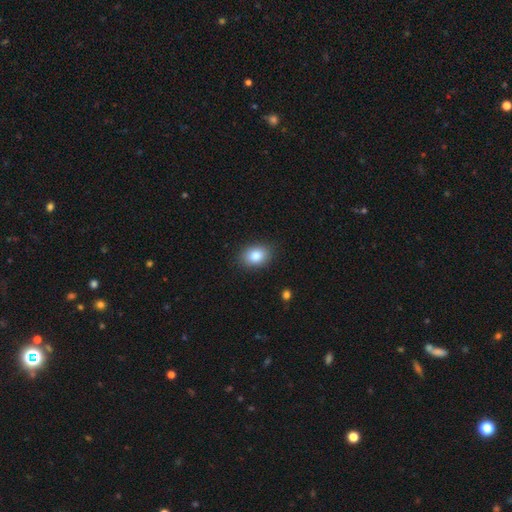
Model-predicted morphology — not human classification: Smooth or featured? smooth (85%)
How rounded? in between (75%)
Merging? none (87%)